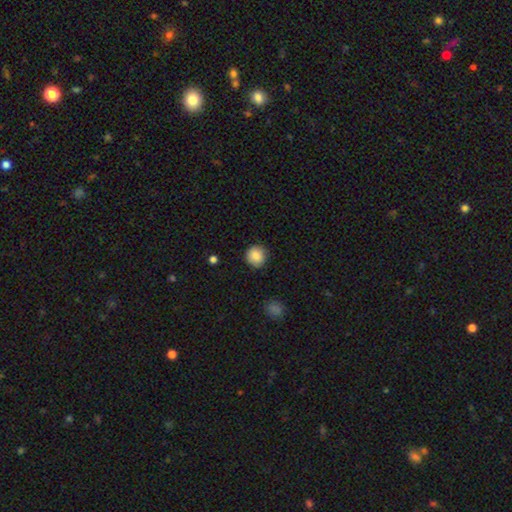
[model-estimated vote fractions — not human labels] A smooth galaxy with no disk features (86%) that is round (90%). Merging: none (87%).